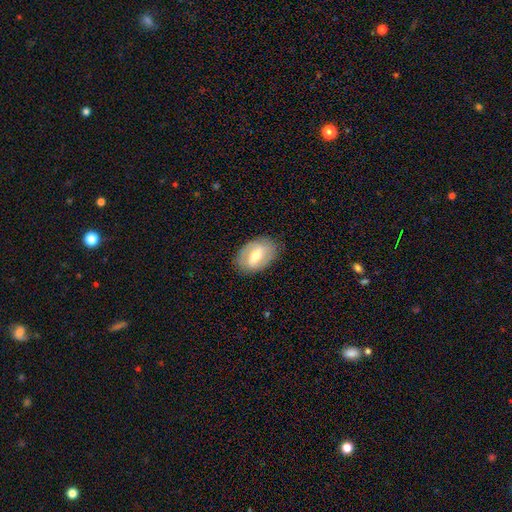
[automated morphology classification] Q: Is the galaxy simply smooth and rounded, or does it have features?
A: featured or disk — 55%.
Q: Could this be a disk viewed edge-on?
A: no — 91%.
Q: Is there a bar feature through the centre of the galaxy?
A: strong — 44%.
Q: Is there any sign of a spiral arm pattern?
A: no — 60%.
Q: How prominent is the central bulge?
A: moderate — 71%.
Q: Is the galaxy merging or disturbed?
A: none — 84%.